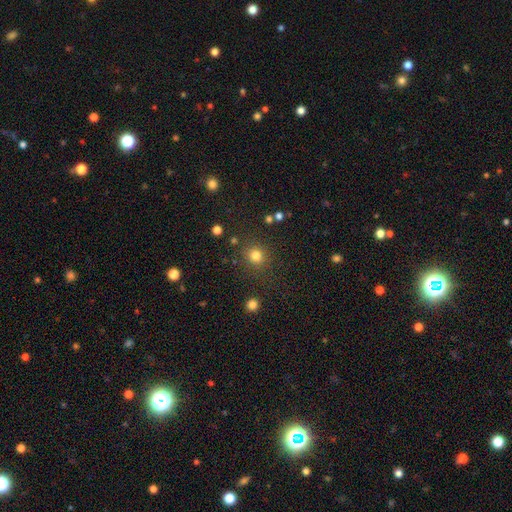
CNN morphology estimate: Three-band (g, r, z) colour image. It shows a smooth galaxy with no disk features (80%) that is round (88%). Merging: none (85%).